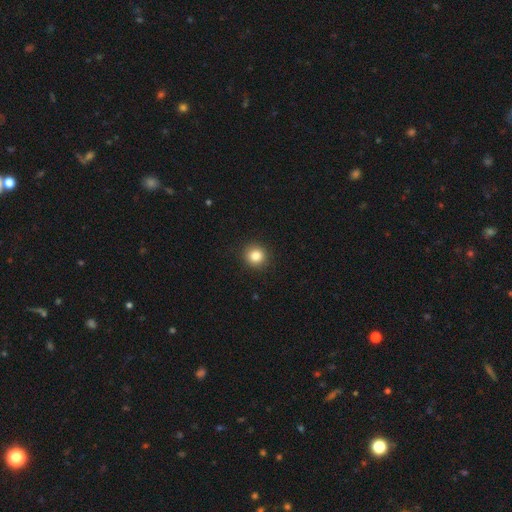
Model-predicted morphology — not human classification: type=smooth (84%); roundness=round (91%); merging=none (91%).